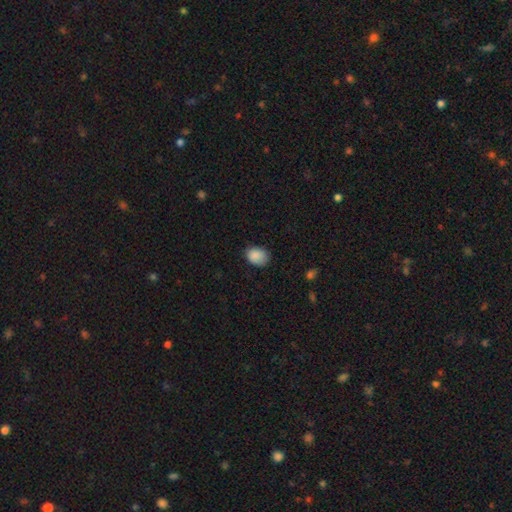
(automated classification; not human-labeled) Morphology: type=smooth (88%); roundness=in between (66%); merging=none (73%).